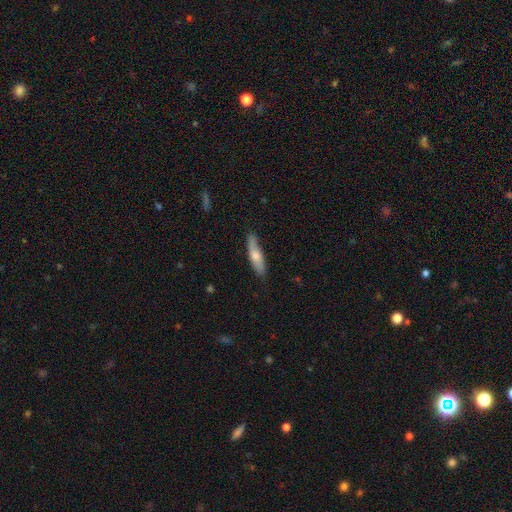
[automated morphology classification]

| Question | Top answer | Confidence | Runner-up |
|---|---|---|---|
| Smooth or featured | smooth | 66% | featured or disk (29%) |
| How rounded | cigar-shaped | 71% | in between (27%) |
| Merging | none | 81% | minor disturbance (15%) |